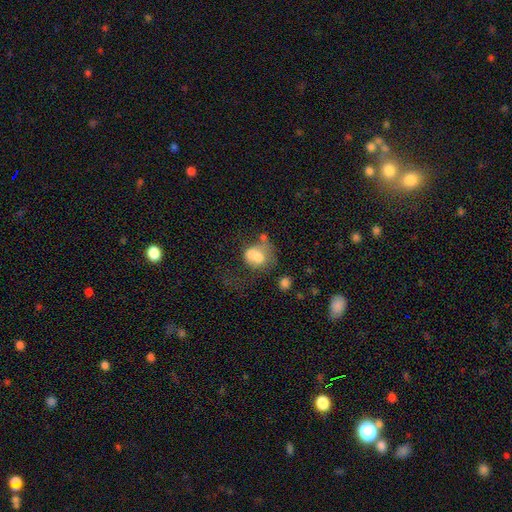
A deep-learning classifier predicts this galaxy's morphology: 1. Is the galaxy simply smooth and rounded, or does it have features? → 63% smooth, 27% featured or disk, 11% star or artifact.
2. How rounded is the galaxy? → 55% round, 44% in between, 1% cigar-shaped.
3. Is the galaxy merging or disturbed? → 29% major disturbance (tied), 29% merger (tied), 23% none, 19% minor disturbance.